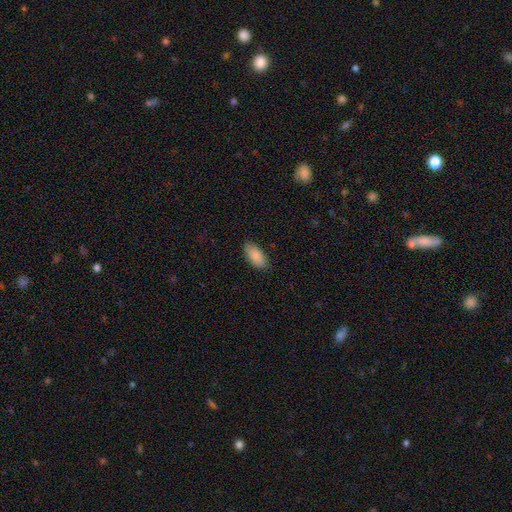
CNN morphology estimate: smooth-or-featured: smooth: 88% | star or artifact: 6% | featured or disk: 6%
  how-rounded: in between: 92% | cigar-shaped: 6% | round: 2%
  merging: none: 85% | minor disturbance: 11% | major disturbance: 2% | merger: 1%